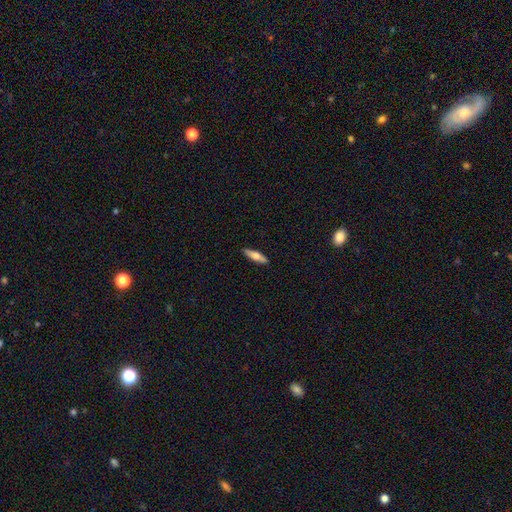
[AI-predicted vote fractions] A smooth galaxy with no disk features (57%) that is cigar-shaped (68%).

Vote fractions:
- Smooth or featured? smooth: 57% / featured or disk: 37% / star or artifact: 6%
- How rounded? cigar-shaped: 68% / in between: 30% / round: 2%
- Merging? none: 90% / minor disturbance: 8% / major disturbance: 2% / merger: 1%